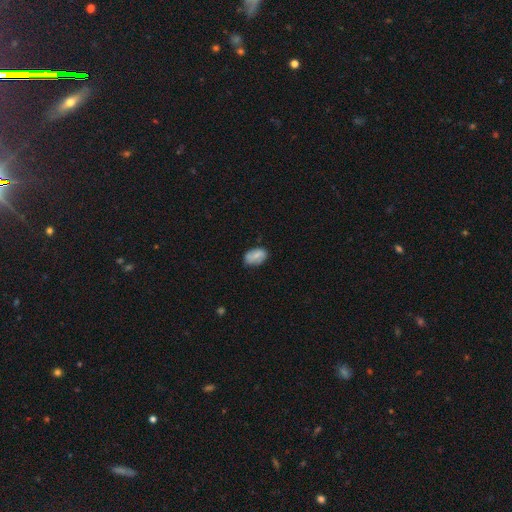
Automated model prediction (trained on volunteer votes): A smooth galaxy with no disk features (68%) that is in between round and cigar-shaped (90%). Merging: none (70%).